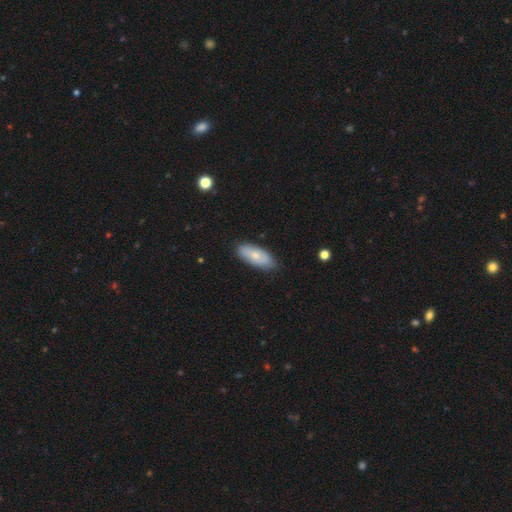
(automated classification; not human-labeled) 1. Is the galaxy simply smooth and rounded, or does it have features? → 69% smooth, 25% featured or disk, 6% star or artifact.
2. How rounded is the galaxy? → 84% in between, 13% cigar-shaped, 2% round.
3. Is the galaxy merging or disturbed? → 79% none, 17% minor disturbance, 3% major disturbance, 1% merger.